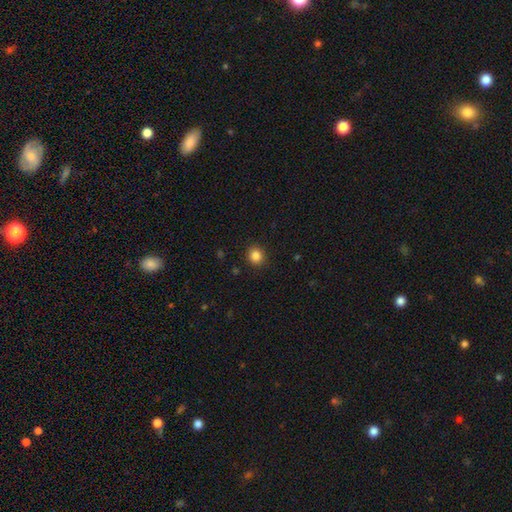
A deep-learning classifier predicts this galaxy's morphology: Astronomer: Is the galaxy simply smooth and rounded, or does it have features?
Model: smooth — 85%.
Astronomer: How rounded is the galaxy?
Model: round — 84%.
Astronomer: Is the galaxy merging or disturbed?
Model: none — 91%.